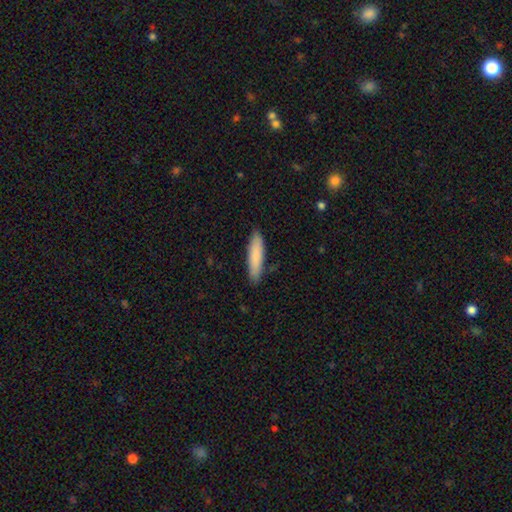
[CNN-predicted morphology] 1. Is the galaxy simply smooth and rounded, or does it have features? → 84% smooth, 10% featured or disk, 6% star or artifact.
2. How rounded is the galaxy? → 77% cigar-shaped, 22% in between, 1% round.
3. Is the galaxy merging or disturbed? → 86% none, 10% minor disturbance, 2% major disturbance, 1% merger.